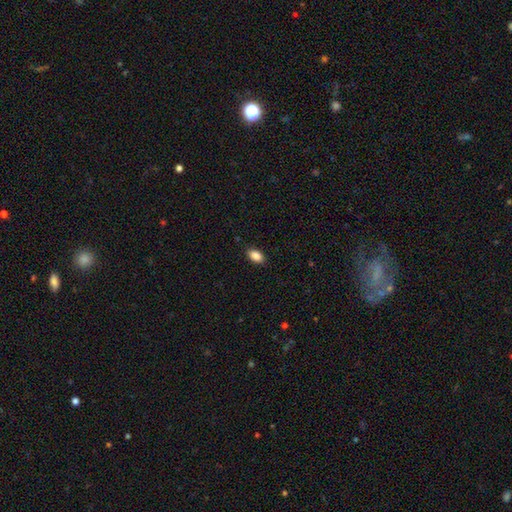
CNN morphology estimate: Q: Smooth or featured?
A: smooth (88%); runner-up: star or artifact (8%)
Q: How rounded?
A: in between (91%); runner-up: round (6%)
Q: Merging?
A: none (89%); runner-up: minor disturbance (8%)